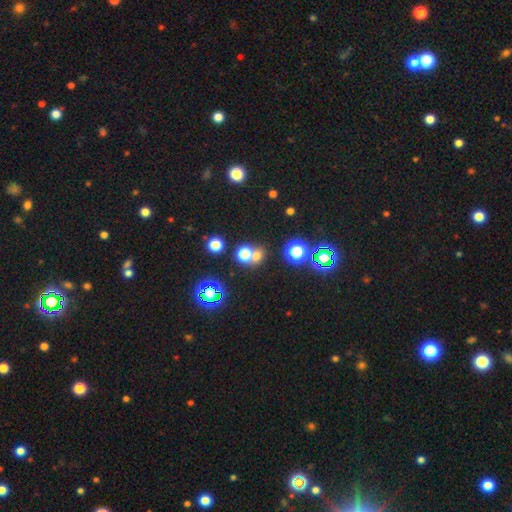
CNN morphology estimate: smooth-or-featured: smooth: 63% | star or artifact: 27% | featured or disk: 10%
  how-rounded: round: 74% | in between: 25% | cigar-shaped: 1%
  merging: none: 48% | merger: 42% | minor disturbance: 7% | major disturbance: 4%